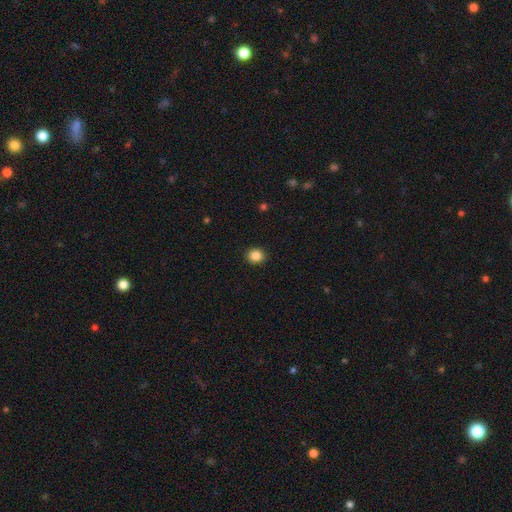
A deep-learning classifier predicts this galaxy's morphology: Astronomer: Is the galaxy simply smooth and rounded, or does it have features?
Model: smooth — 87%.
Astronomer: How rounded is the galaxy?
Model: round — 77%.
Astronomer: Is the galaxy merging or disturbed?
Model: none — 92%.